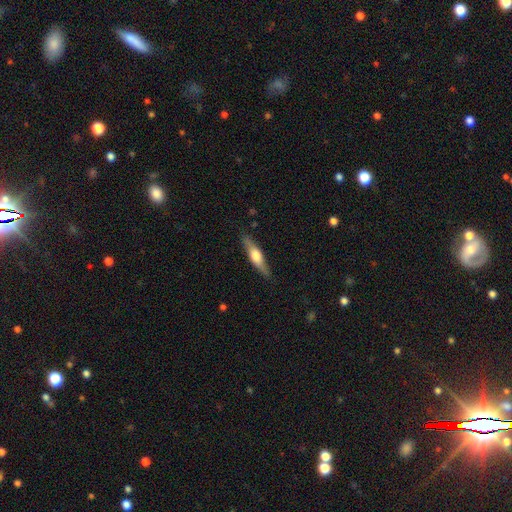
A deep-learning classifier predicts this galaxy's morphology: Smooth or featured? Predicted: featured or disk (p=0.53). Edge-on disk? Predicted: yes (p=0.92). Merging? Predicted: none (p=0.85).